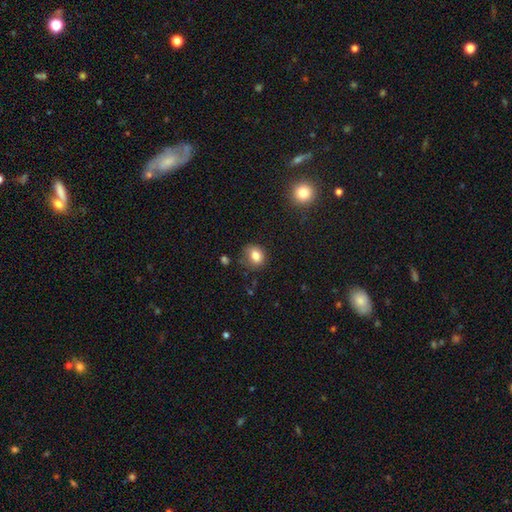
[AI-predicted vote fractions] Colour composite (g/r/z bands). It shows a smooth galaxy with no disk features (82%) that is round (55%). Merging: none (69%).